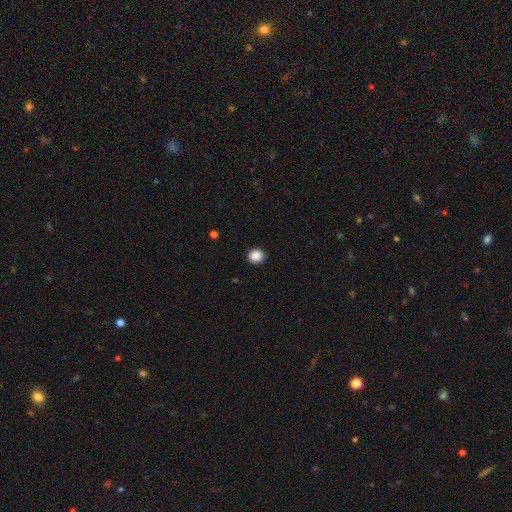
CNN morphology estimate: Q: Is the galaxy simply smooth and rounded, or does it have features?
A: smooth — 88%.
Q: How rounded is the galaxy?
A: round — 85%.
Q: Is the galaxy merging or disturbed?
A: none — 92%.